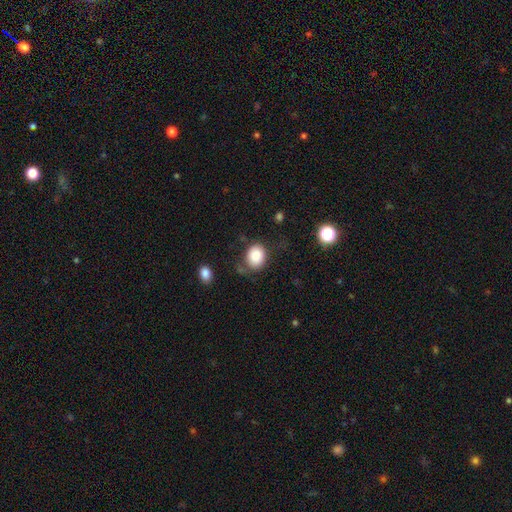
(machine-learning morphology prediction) Smooth or featured?
  - smooth: 86% *
  - star or artifact: 9%
  - featured or disk: 6%
How rounded?
  - round: 56% *
  - in between: 44%
  - cigar-shaped: 1%
Merging?
  - none: 69% *
  - minor disturbance: 19%
  - major disturbance: 7%
  - merger: 5%